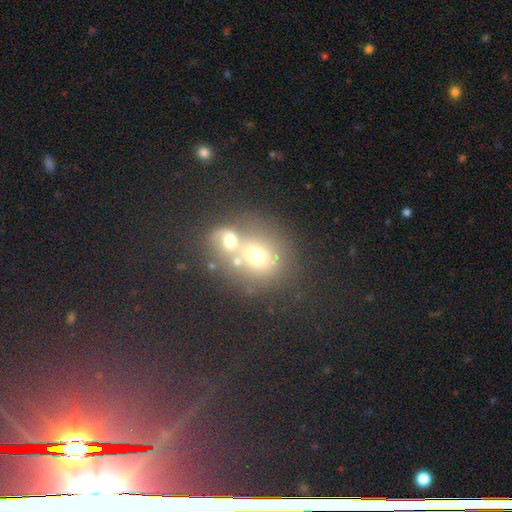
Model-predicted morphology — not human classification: Smooth or featured? smooth (60%)
How rounded? round (67%)
Merging? merger (60%)